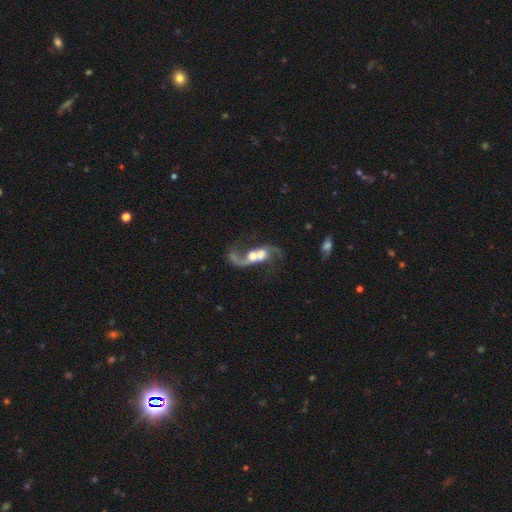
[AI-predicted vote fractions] Smooth or featured?
  - featured or disk: 75% *
  - smooth: 17%
  - star or artifact: 8%
Edge-on disk?
  - no: 95% *
  - yes: 5%
Bar?
  - no: 61% *
  - weak: 29%
  - strong: 11%
Spiral arms?
  - yes: 84% *
  - no: 16%
Spiral winding?
  - loose: 81% *
  - medium: 16%
  - tight: 3%
Spiral arm count?
  - 2: 70% *
  - 1: 22%
  - can't tell: 4%
  - 3: 2%
  - 4: 1%
  - more than 4: 1%
Bulge size?
  - moderate: 40% *
  - large: 33%
  - small: 12%
  - none: 8%
  - dominant: 6%
Merging?
  - merger: 57% *
  - none: 20%
  - major disturbance: 16%
  - minor disturbance: 7%